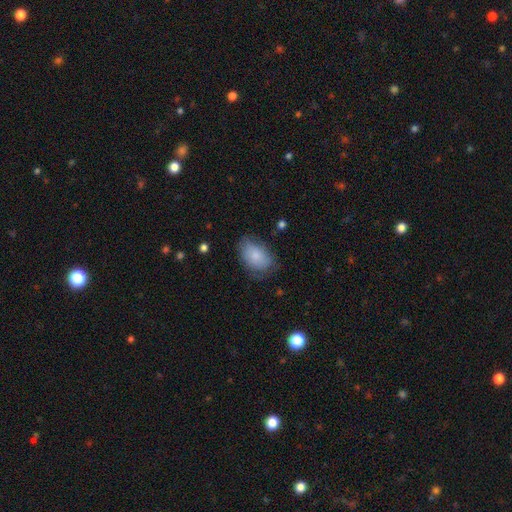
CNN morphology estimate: smooth 80%, featured or disk 13%, star or artifact 7%. Down the decision tree: how rounded — in between (88%); merging — none (63%).